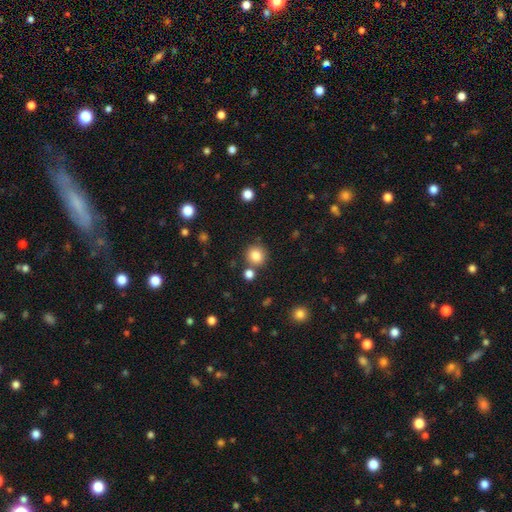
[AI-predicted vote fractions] The model was most divided on "merging": none: 79%, merger: 10%, minor disturbance: 8%, major disturbance: 3%. More confident: how rounded — round (91%); smooth or featured — smooth (82%).